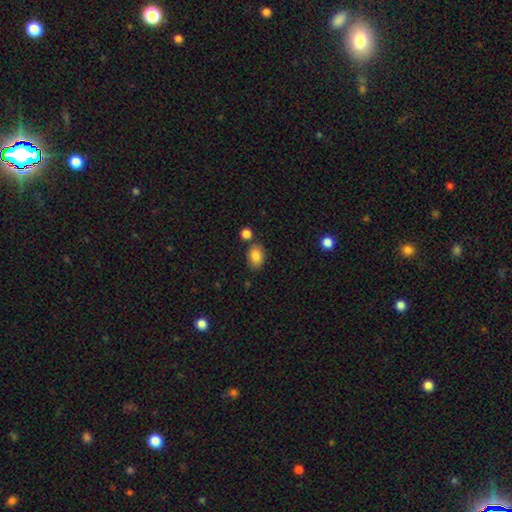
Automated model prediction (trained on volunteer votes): A smooth galaxy with no disk features (85%) that is in between round and cigar-shaped (77%).

Vote fractions:
- Smooth or featured? smooth: 85% / star or artifact: 8% / featured or disk: 7%
- How rounded? in between: 77% / round: 22% / cigar-shaped: 1%
- Merging? none: 75% / minor disturbance: 13% / merger: 9% / major disturbance: 3%